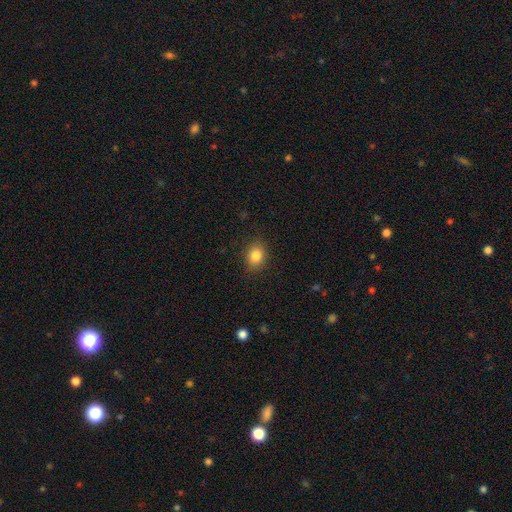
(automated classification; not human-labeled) Q: Smooth or featured?
A: smooth (84%); runner-up: star or artifact (10%)
Q: How rounded?
A: in between (55%); runner-up: round (44%)
Q: Merging?
A: none (87%); runner-up: minor disturbance (10%)